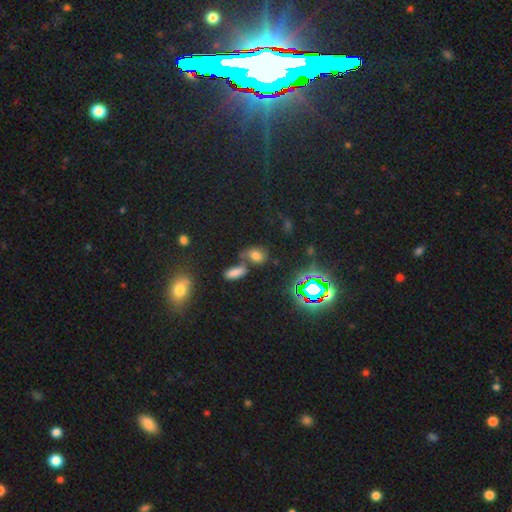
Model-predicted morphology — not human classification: A smooth galaxy with no disk features (53%) that is in between round and cigar-shaped (68%).

Vote fractions:
- Smooth or featured? smooth: 53% / star or artifact: 35% / featured or disk: 12%
- How rounded? in between: 68% / round: 27% / cigar-shaped: 5%
- Merging? none: 46% / merger: 33% / minor disturbance: 13% / major disturbance: 8%